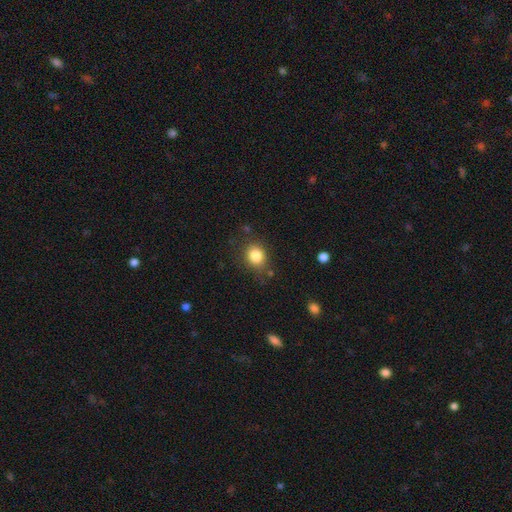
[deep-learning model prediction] This appears to be a smooth galaxy with no disk features (83%) that is round (69%). Merging: none (79%).